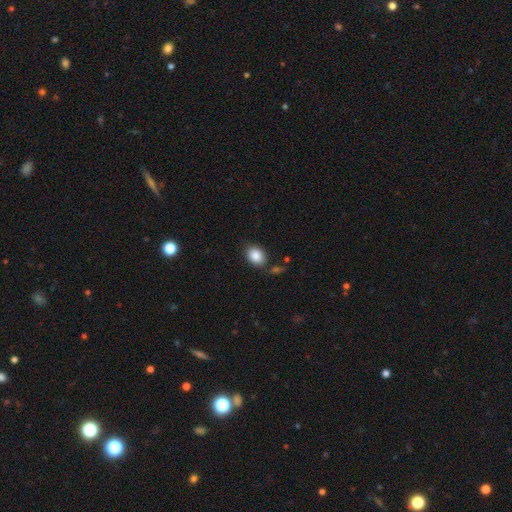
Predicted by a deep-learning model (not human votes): A smooth galaxy with no disk features (87%) that is in between round and cigar-shaped (58%).

Vote fractions:
- Smooth or featured? smooth: 87% / star or artifact: 8% / featured or disk: 5%
- How rounded? in between: 58% / round: 41% / cigar-shaped: 1%
- Merging? none: 78% / minor disturbance: 13% / merger: 5% / major disturbance: 4%